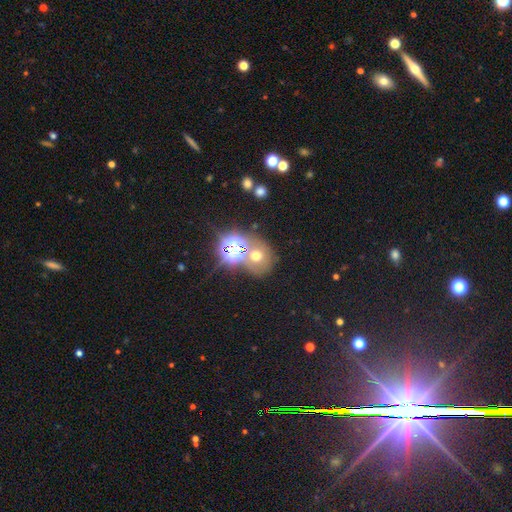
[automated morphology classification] smooth-or-featured: smooth: 46% | star or artifact: 39% | featured or disk: 16%
  merging: none: 58% | merger: 23% | minor disturbance: 11% | major disturbance: 7%